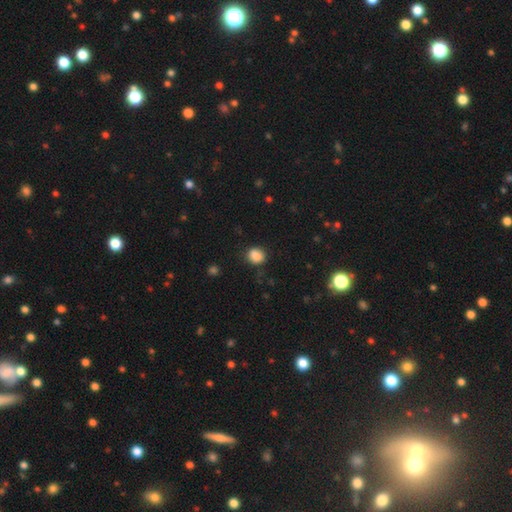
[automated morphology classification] The model was most divided on "how rounded": round: 67%, in between: 32%, cigar-shaped: 1%. More confident: smooth or featured — smooth (87%); merging — none (79%).